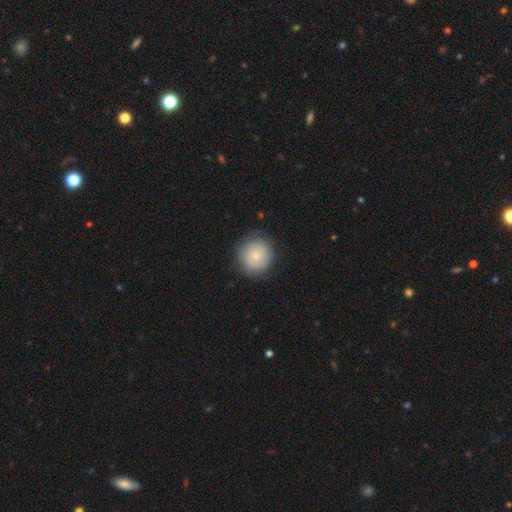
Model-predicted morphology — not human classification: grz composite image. It shows a smooth galaxy with no disk features (64%) that is round (92%). Merging: none (81%).